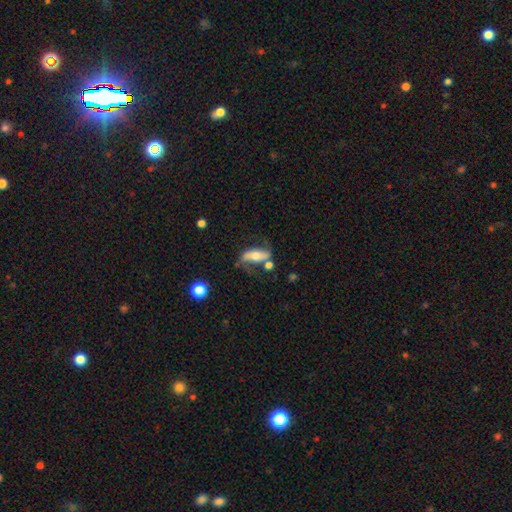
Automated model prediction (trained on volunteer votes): The model was most divided on "smooth or featured": featured or disk: 60%, smooth: 33%, star or artifact: 7%. More confident: edge-on disk — no (74%); merging — none (52%).